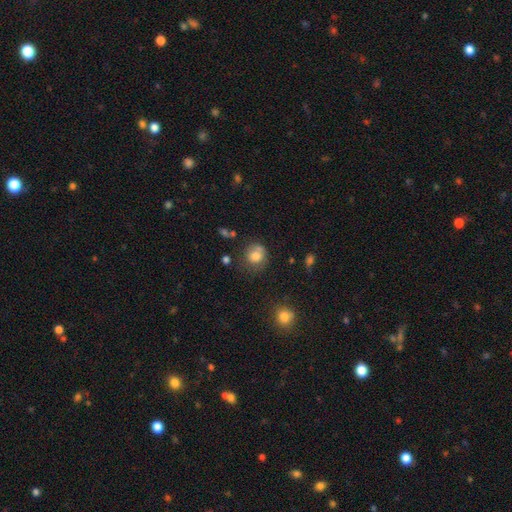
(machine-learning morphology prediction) A smooth galaxy with no disk features (75%) that is round (81%).

Vote fractions:
- Smooth or featured? smooth: 75% / featured or disk: 14% / star or artifact: 11%
- How rounded? round: 81% / in between: 18% / cigar-shaped: 1%
- Merging? none: 56% / minor disturbance: 23% / merger: 11% / major disturbance: 10%